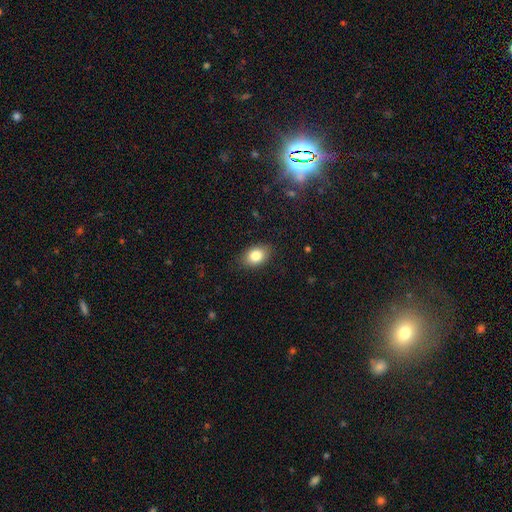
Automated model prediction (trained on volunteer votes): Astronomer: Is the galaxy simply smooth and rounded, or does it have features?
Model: smooth — 83%.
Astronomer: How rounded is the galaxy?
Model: in between — 77%.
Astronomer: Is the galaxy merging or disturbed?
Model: none — 85%.